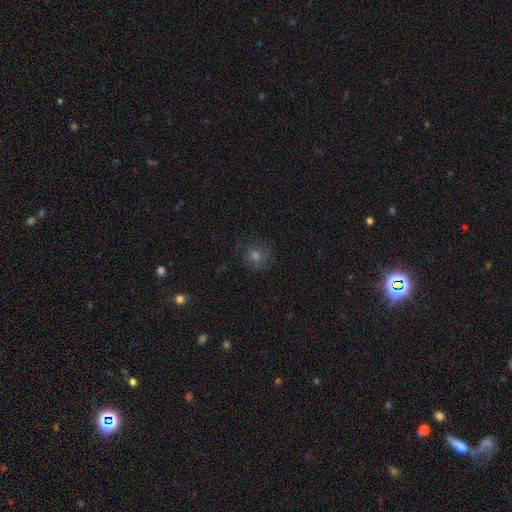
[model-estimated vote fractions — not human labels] Q: Smooth or featured?
A: smooth (56%); runner-up: star or artifact (24%)
Q: How rounded?
A: round (84%); runner-up: in between (15%)
Q: Merging?
A: none (79%); runner-up: minor disturbance (14%)